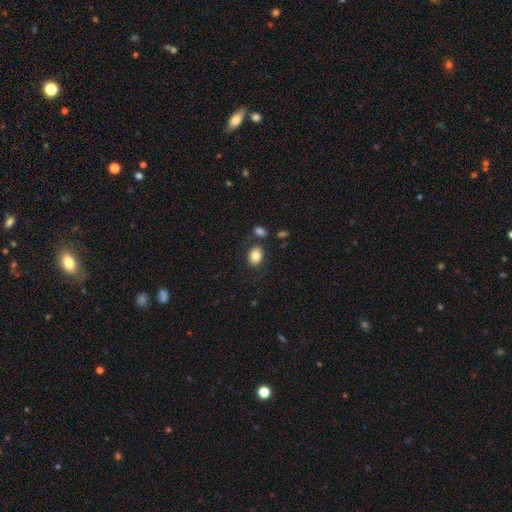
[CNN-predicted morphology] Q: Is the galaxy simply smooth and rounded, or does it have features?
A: smooth — 82%.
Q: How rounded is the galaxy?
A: in between — 67%.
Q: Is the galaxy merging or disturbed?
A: none — 75%.